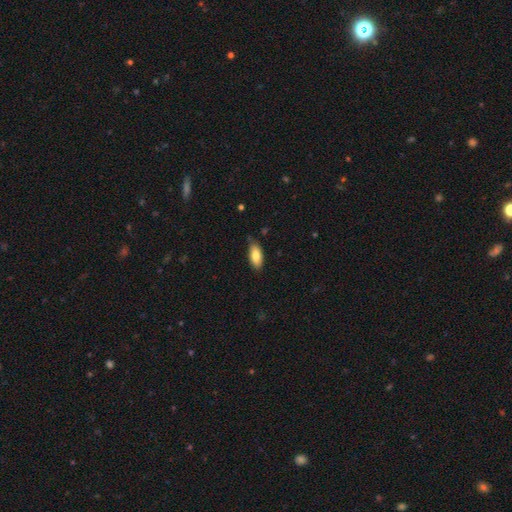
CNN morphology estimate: A smooth galaxy with no disk features (83%) that is in between round and cigar-shaped (84%). Merging: none (77%).